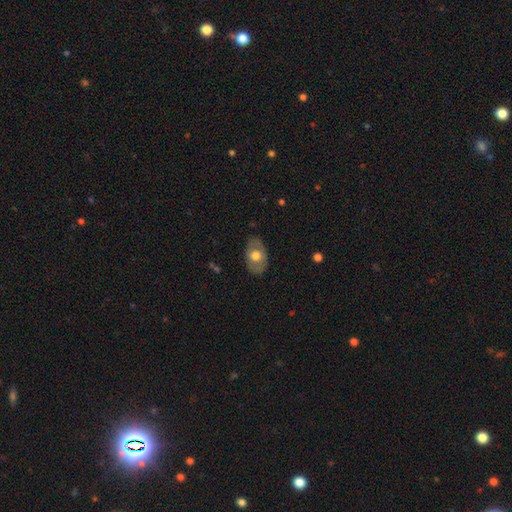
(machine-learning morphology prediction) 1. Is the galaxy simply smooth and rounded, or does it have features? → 55% smooth, 40% featured or disk, 6% star or artifact.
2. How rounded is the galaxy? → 83% in between, 16% round, 1% cigar-shaped.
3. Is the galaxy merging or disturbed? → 80% none, 15% minor disturbance, 4% major disturbance, 1% merger.